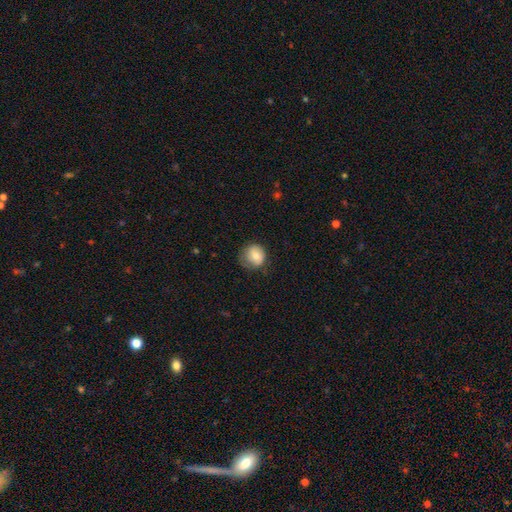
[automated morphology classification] smooth-or-featured: smooth: 77% | featured or disk: 15% | star or artifact: 8%
  how-rounded: round: 81% | in between: 18% | cigar-shaped: 1%
  merging: none: 65% | minor disturbance: 25% | major disturbance: 9% | merger: 1%